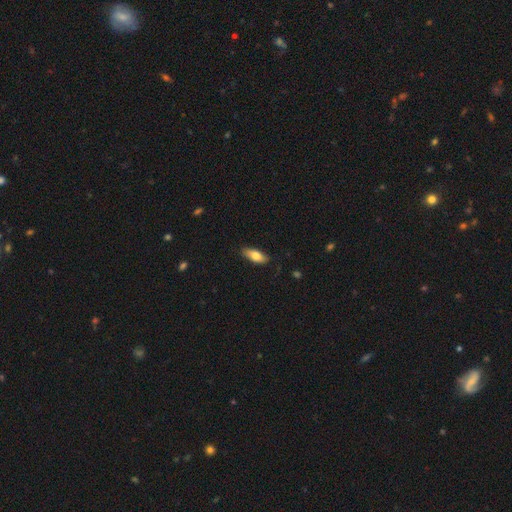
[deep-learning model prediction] A smooth galaxy with no disk features (76%) that is in between round and cigar-shaped (76%).

Vote fractions:
- Smooth or featured? smooth: 76% / featured or disk: 18% / star or artifact: 6%
- How rounded? in between: 76% / cigar-shaped: 22% / round: 2%
- Merging? none: 83% / minor disturbance: 13% / major disturbance: 2% / merger: 1%